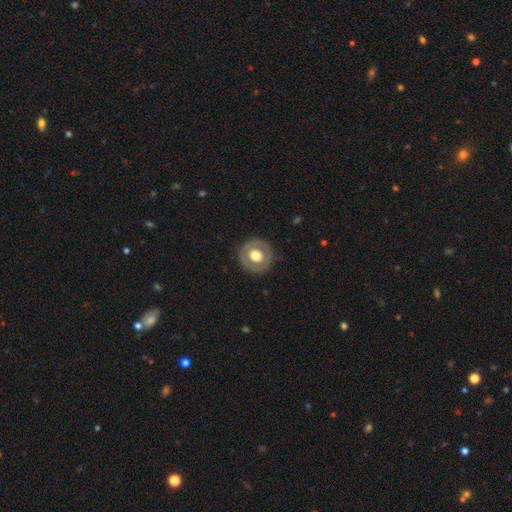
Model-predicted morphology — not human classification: The model was most divided on "smooth or featured": smooth: 49%, featured or disk: 45%, star or artifact: 6%. More confident: merging — none (86%).